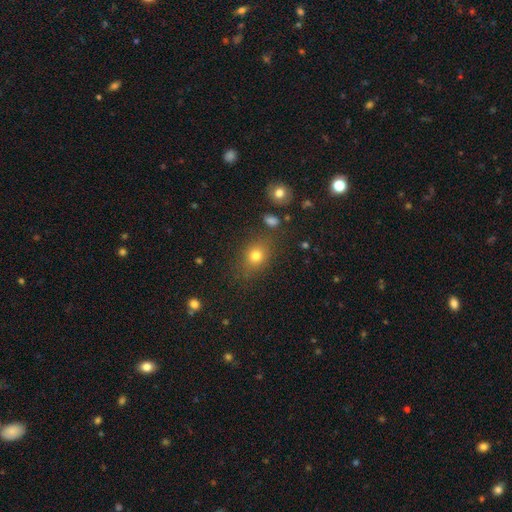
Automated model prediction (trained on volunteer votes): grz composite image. It shows a smooth galaxy with no disk features (76%) that is round (53%). Merging: none (78%).